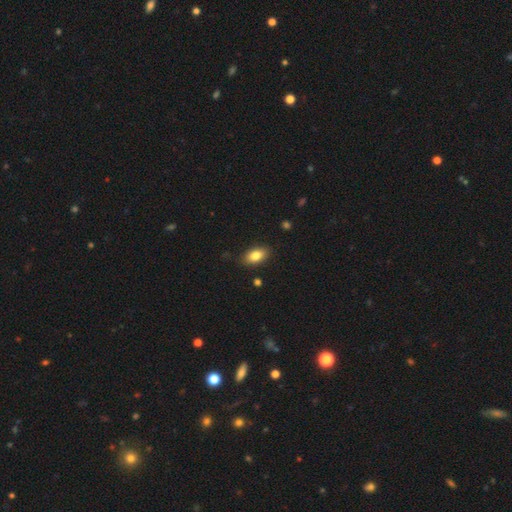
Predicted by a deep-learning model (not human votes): This appears to be a smooth galaxy with no disk features (83%) that is in between round and cigar-shaped (90%). Merging: none (85%).